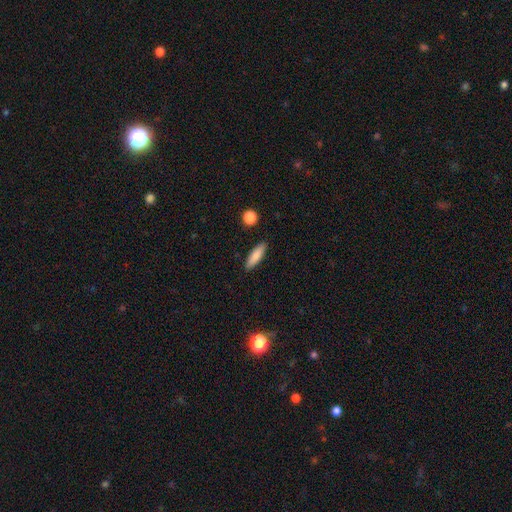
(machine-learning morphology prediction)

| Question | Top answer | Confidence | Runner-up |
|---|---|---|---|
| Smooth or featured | smooth | 83% | featured or disk (10%) |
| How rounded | cigar-shaped | 58% | in between (40%) |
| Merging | none | 88% | minor disturbance (8%) |